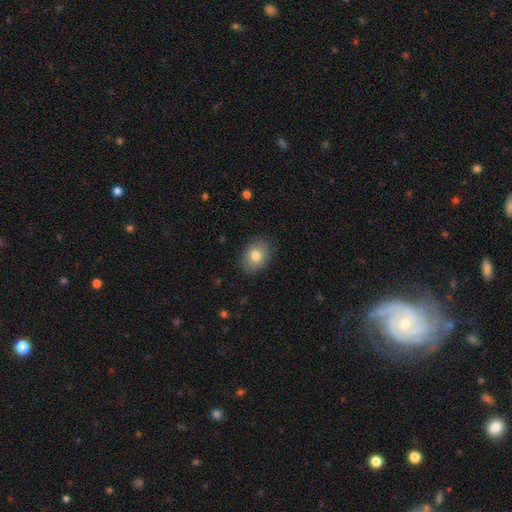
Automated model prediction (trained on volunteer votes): smooth_or_featured: smooth (p=0.80) [alt: featured or disk p=0.12]
how_rounded: in between (p=0.67) [alt: round p=0.32]
merging: none (p=0.86) [alt: minor disturbance p=0.10]